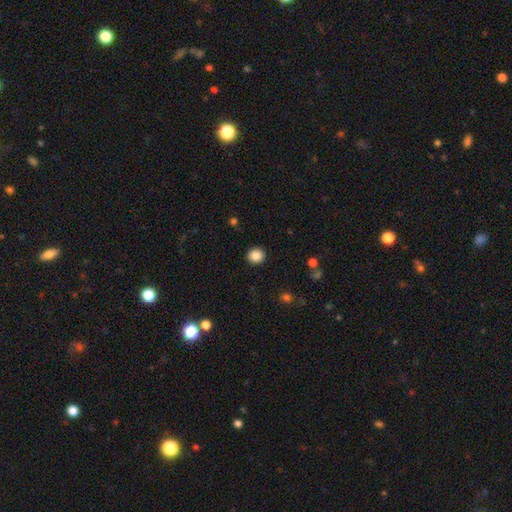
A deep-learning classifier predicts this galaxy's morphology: Q: Smooth or featured?
A: smooth (86%); runner-up: star or artifact (9%)
Q: How rounded?
A: round (88%); runner-up: in between (11%)
Q: Merging?
A: none (92%); runner-up: minor disturbance (5%)